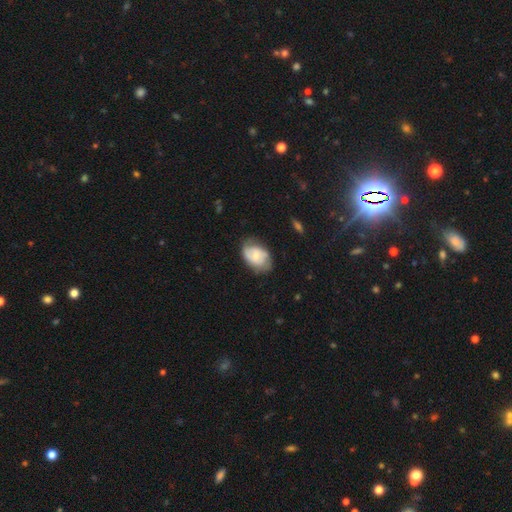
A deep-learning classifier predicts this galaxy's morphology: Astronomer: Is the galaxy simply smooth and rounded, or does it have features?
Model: smooth — 50% (runner-up: featured or disk, 44%).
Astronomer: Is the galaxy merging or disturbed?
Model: none — 64%.